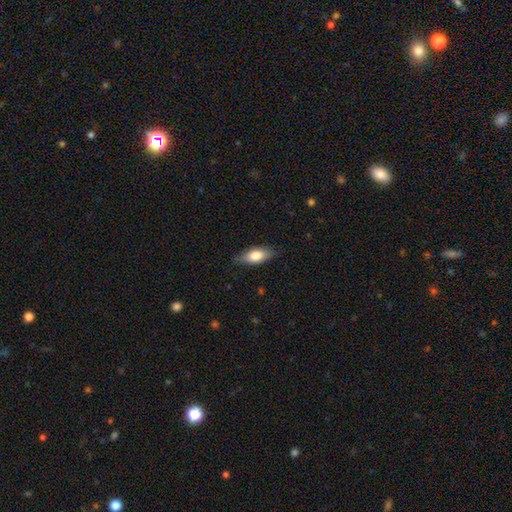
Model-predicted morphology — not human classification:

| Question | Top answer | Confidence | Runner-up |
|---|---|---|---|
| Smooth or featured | smooth | 75% | featured or disk (18%) |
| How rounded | in between | 80% | cigar-shaped (17%) |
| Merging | none | 83% | minor disturbance (14%) |